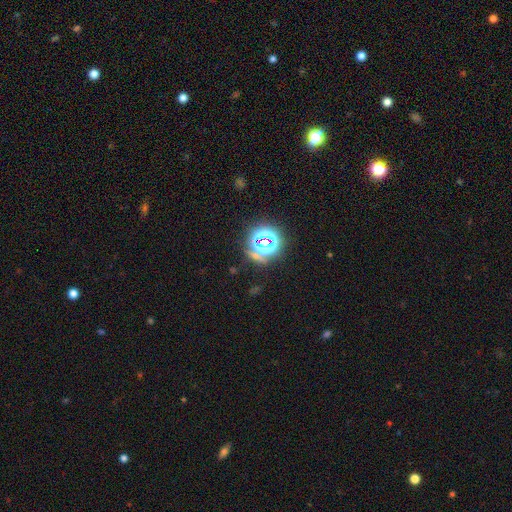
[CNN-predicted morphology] smooth-or-featured: star or artifact: 61% | smooth: 28% | featured or disk: 11%